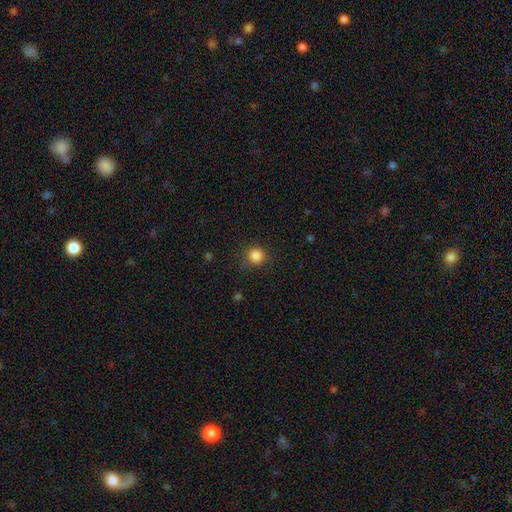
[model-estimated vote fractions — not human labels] This appears to be a smooth galaxy with no disk features (85%) that is round (91%). Merging: none (84%).